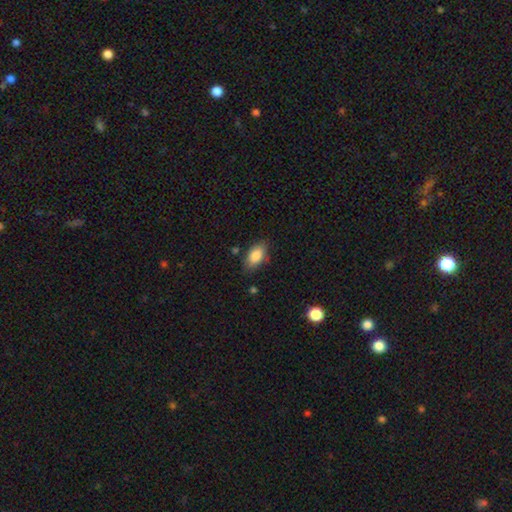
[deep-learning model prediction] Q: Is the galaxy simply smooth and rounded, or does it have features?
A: smooth — 84%.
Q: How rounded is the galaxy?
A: in between — 91%.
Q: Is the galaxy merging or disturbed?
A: none — 78%.